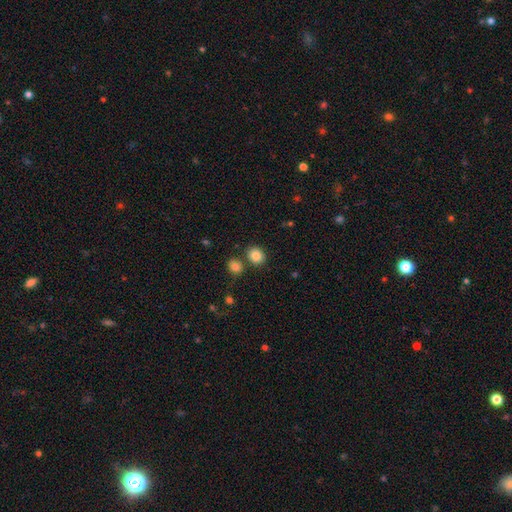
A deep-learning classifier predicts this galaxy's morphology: The model was most divided on "how rounded": round: 70%, in between: 29%, cigar-shaped: 1%. More confident: smooth or featured — smooth (85%); merging — none (76%).